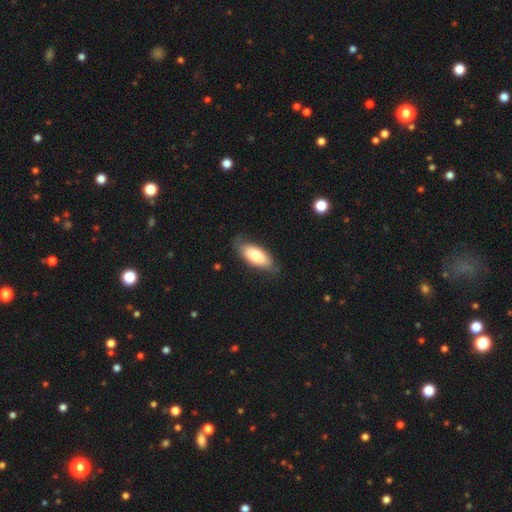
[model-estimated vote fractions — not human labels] Overall: smooth (70%). How rounded: in between (85%). Merging: none (75%).